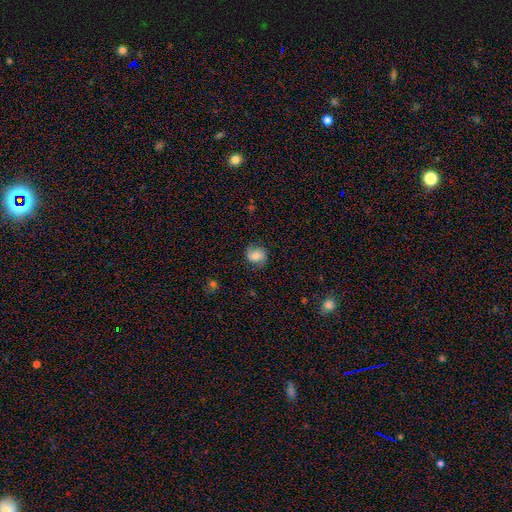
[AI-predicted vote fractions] smooth-or-featured: smooth: 56% | featured or disk: 34% | star or artifact: 10%
  how-rounded: round: 75% | in between: 24% | cigar-shaped: 1%
  merging: none: 74% | minor disturbance: 18% | major disturbance: 6% | merger: 1%